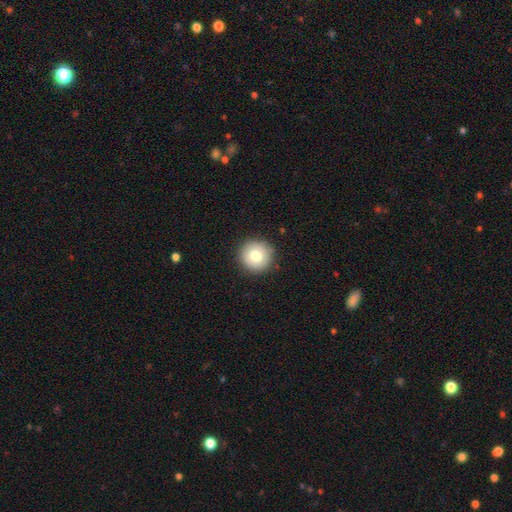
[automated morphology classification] The model was most divided on "smooth or featured": smooth: 77%, featured or disk: 14%, star or artifact: 9%. More confident: how rounded — round (95%); merging — none (90%).